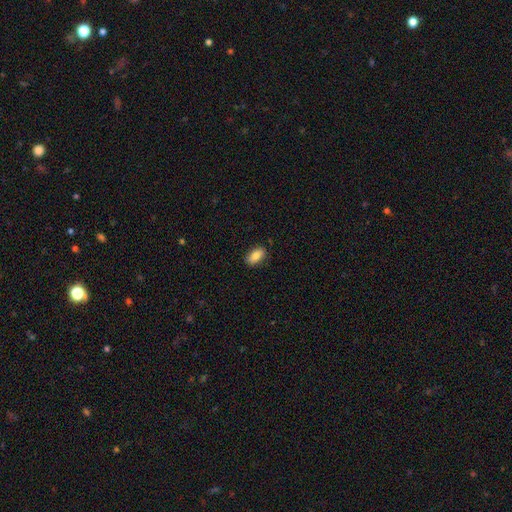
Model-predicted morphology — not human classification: A smooth galaxy with no disk features (83%) that is in between round and cigar-shaped (91%). Merging: none (86%).